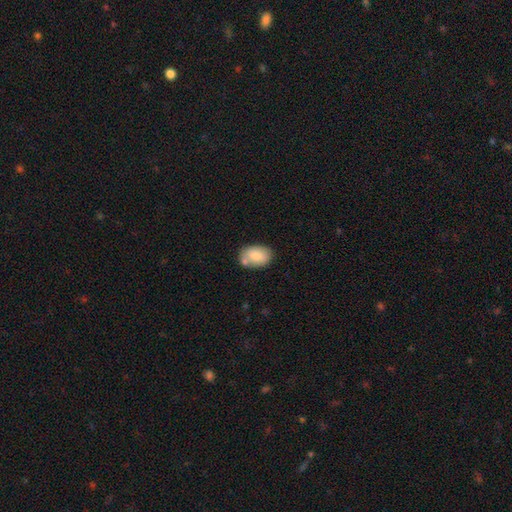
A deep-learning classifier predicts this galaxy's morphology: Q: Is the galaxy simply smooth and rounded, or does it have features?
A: smooth — 81%.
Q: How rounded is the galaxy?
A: in between — 85%.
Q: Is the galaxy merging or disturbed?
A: none — 65%.